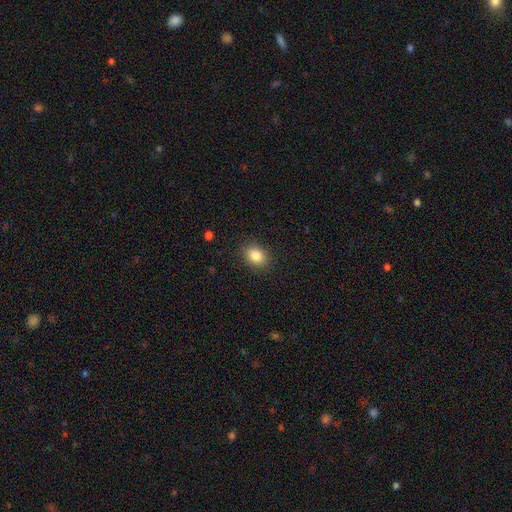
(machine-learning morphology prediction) smooth_or_featured: smooth (p=0.85) [alt: star or artifact p=0.10]
how_rounded: in between (p=0.59) [alt: round p=0.40]
merging: none (p=0.88) [alt: minor disturbance p=0.08]